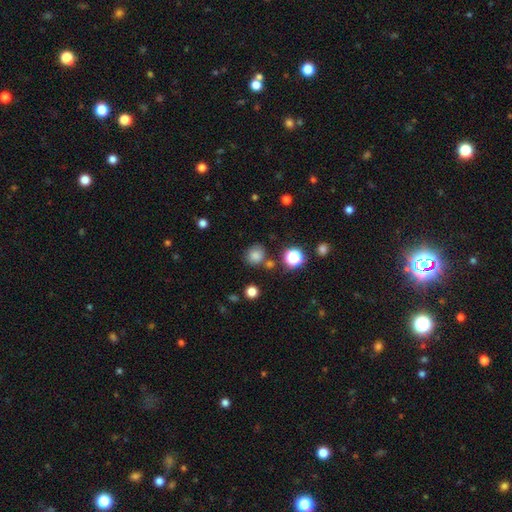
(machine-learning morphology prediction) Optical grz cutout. It shows a smooth galaxy with no disk features (79%) that is round (84%). Merging: none (74%).